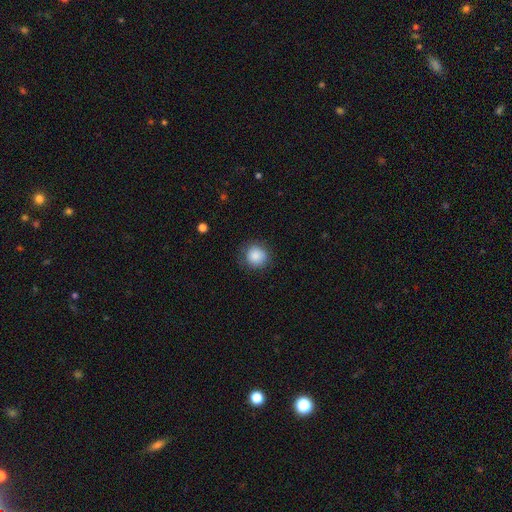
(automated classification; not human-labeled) smooth-or-featured: smooth: 87% | star or artifact: 8% | featured or disk: 4%
  how-rounded: round: 91% | in between: 8% | cigar-shaped: 1%
  merging: none: 83% | minor disturbance: 12% | major disturbance: 4% | merger: 1%